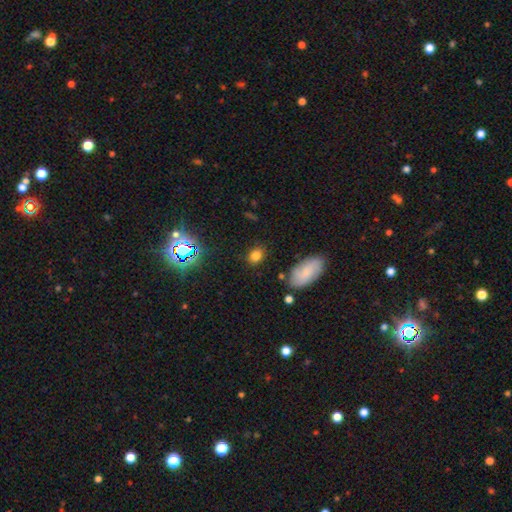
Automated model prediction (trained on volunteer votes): smooth_or_featured: smooth (p=0.77) [alt: star or artifact p=0.16]
how_rounded: in between (p=0.55) [alt: round p=0.43]
merging: none (p=0.80) [alt: minor disturbance p=0.13]